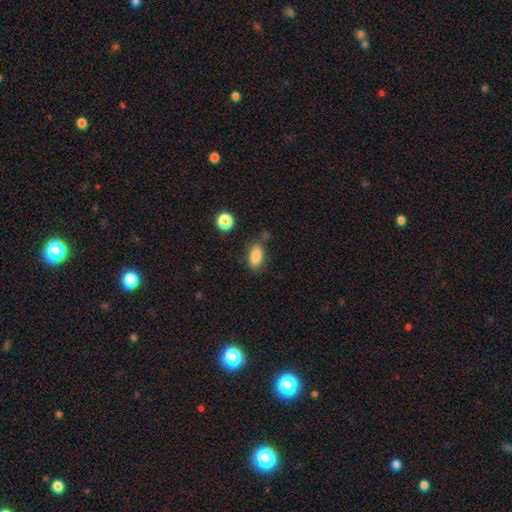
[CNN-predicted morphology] The model was most divided on "merging": none: 73%, minor disturbance: 16%, merger: 6%, major disturbance: 5%. More confident: how rounded — in between (87%); smooth or featured — smooth (85%).